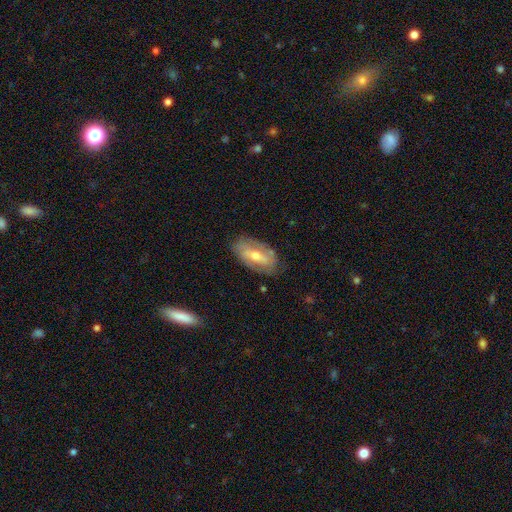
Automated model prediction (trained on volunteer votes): Smooth or featured: featured or disk — 61% (smooth — 32%)
Edge-on disk: no — 87% (yes — 13%)
Bar: weak — 37% (strong — 34%)
Spiral arms: yes — 62% (no — 38%)
Bulge size: moderate — 61% (small — 34%)
Merging: none — 76% (minor disturbance — 18%)